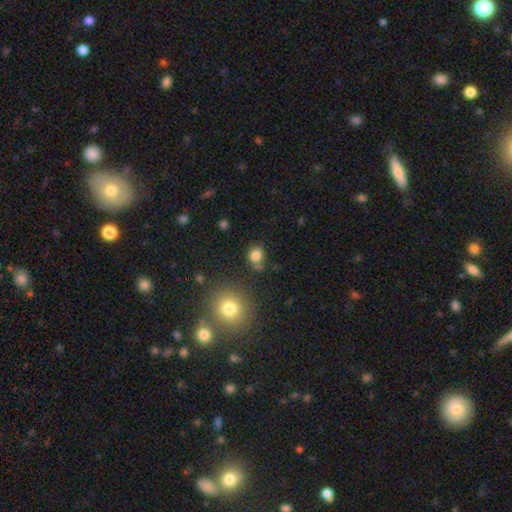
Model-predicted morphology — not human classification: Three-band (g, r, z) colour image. It shows a smooth galaxy with no disk features (80%) that is round (71%). Merging: none (66%).